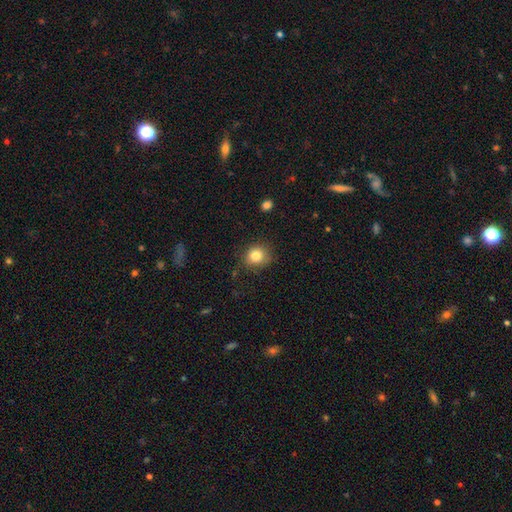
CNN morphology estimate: A smooth galaxy with no disk features (81%) that is round (82%).

Vote fractions:
- Smooth or featured? smooth: 81% / star or artifact: 11% / featured or disk: 8%
- How rounded? round: 82% / in between: 17% / cigar-shaped: 1%
- Merging? none: 81% / minor disturbance: 14% / major disturbance: 4% / merger: 1%